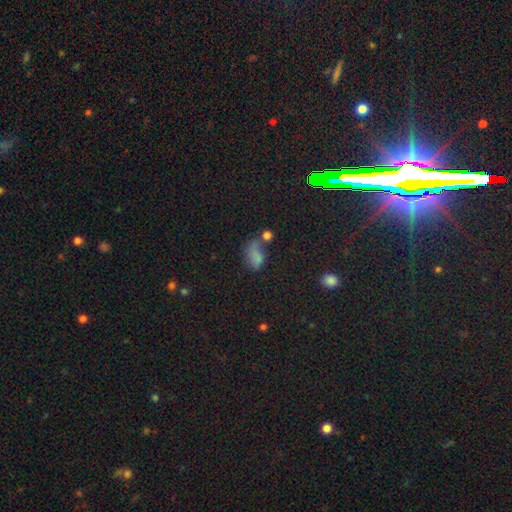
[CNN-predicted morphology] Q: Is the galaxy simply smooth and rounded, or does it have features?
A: smooth — 64%.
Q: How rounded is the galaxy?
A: in between — 86%.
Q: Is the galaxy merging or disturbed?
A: none — 31%.